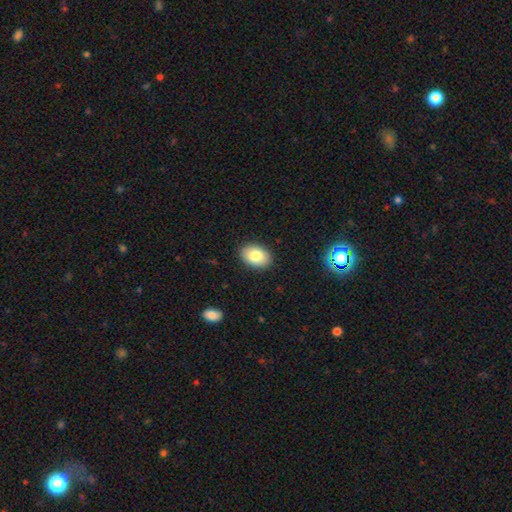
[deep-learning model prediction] A smooth galaxy with no disk features (82%) that is in between round and cigar-shaped (84%). Merging: none (89%).